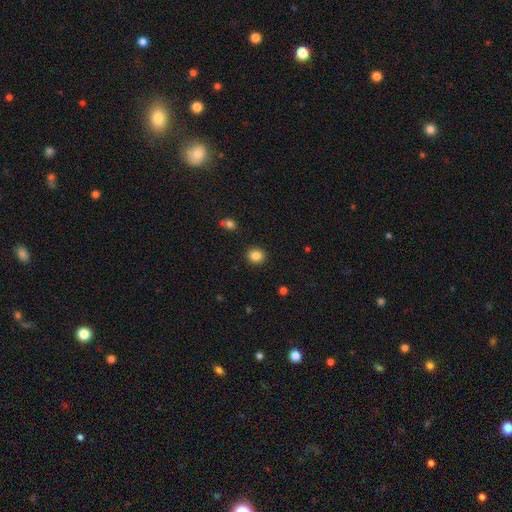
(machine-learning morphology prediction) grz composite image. It shows a smooth galaxy with no disk features (85%) that is round (83%). Merging: none (90%).